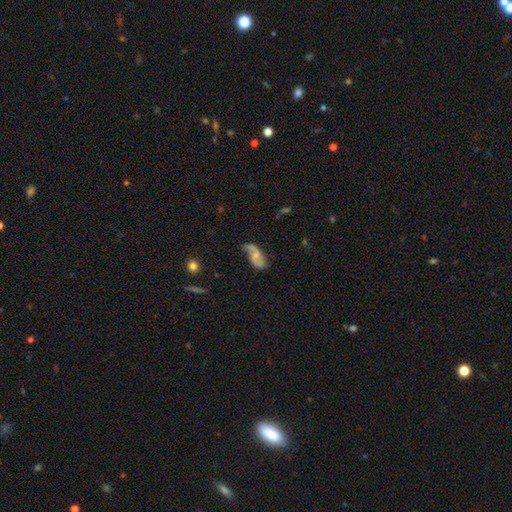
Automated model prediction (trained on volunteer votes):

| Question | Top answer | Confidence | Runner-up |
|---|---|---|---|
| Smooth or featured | featured or disk | 68% | smooth (25%) |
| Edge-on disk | no | 96% | yes (4%) |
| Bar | no | 54% | weak (37%) |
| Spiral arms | yes | 89% | no (11%) |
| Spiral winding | loose | 67% | medium (25%) |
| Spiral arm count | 2 | 87% | can't tell (5%) |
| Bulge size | small | 45% | moderate (34%) |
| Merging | none | 54% | minor disturbance (28%) |